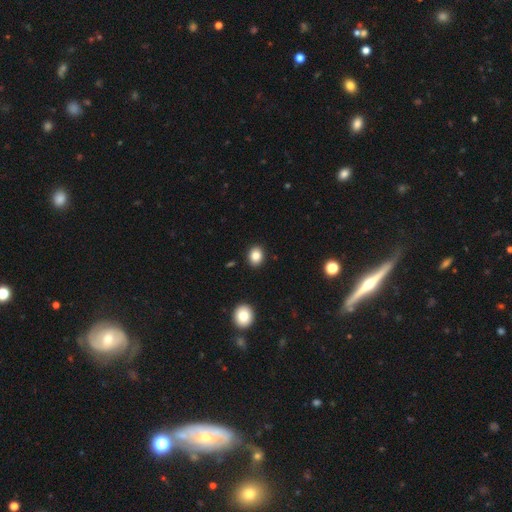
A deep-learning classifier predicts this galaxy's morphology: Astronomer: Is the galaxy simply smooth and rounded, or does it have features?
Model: smooth — 85%.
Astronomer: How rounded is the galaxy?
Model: round — 56% (runner-up: in between, 43%).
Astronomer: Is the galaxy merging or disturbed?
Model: none — 90%.